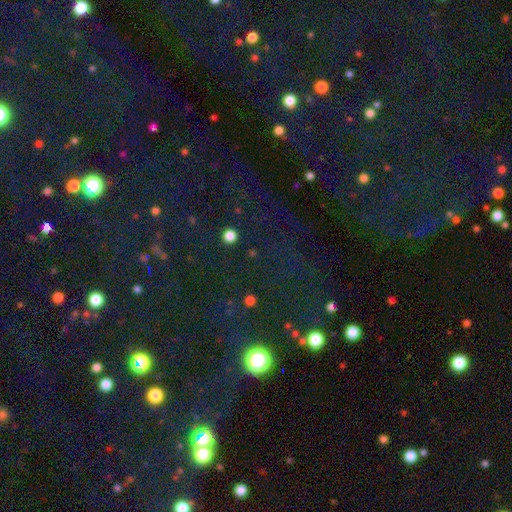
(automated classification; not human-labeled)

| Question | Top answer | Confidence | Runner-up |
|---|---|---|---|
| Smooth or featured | star or artifact | 78% | smooth (14%) |